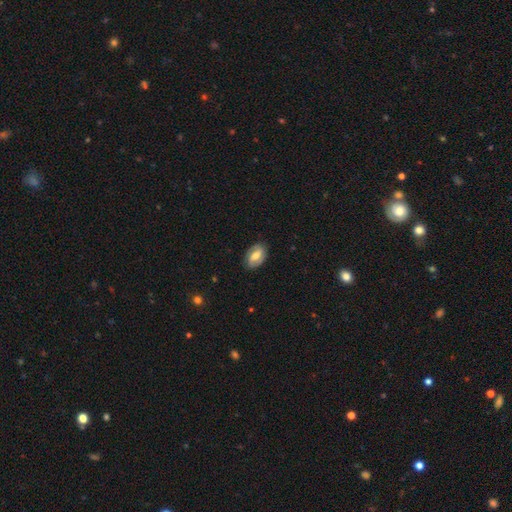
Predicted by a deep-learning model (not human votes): Smooth or featured?
  - featured or disk: 55% *
  - smooth: 39%
  - star or artifact: 7%
Edge-on disk?
  - no: 93% *
  - yes: 7%
Bar?
  - weak: 43% *
  - strong: 37%
  - no: 21%
Spiral arms?
  - yes: 67% *
  - no: 33%
Bulge size?
  - moderate: 66% *
  - small: 18%
  - large: 13%
  - none: 2%
  - dominant: 1%
Merging?
  - none: 84% *
  - minor disturbance: 12%
  - major disturbance: 3%
  - merger: 1%